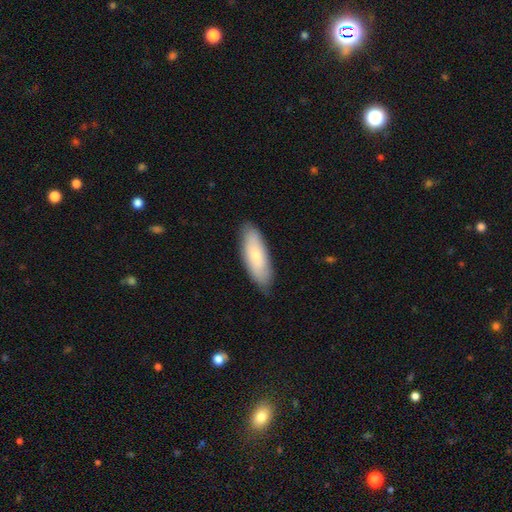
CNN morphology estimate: Smooth or featured?
  - smooth: 71% *
  - featured or disk: 24%
  - star or artifact: 6%
How rounded?
  - in between: 62% *
  - cigar-shaped: 36%
  - round: 2%
Merging?
  - none: 82% *
  - minor disturbance: 15%
  - major disturbance: 2%
  - merger: 1%